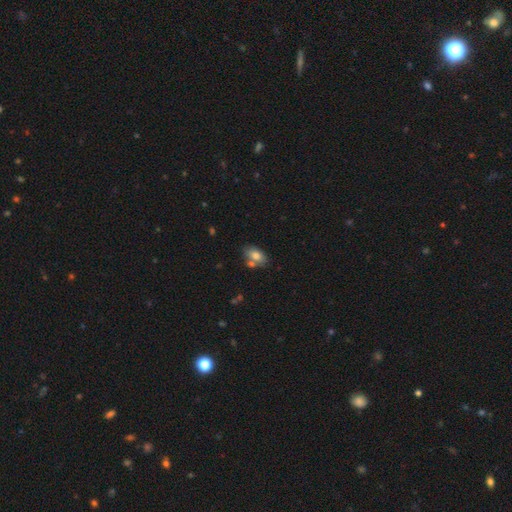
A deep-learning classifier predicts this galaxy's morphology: A smooth galaxy with no disk features (78%) that is in between round and cigar-shaped (90%).

Vote fractions:
- Smooth or featured? smooth: 78% / featured or disk: 14% / star or artifact: 8%
- How rounded? in between: 90% / round: 7% / cigar-shaped: 2%
- Merging? none: 59% / merger: 22% / minor disturbance: 15% / major disturbance: 4%